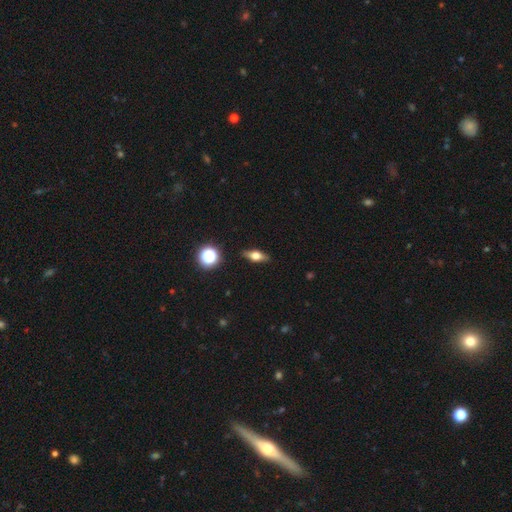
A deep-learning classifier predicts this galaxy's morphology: The model was most divided on "smooth or featured": smooth: 50%, featured or disk: 40%, star or artifact: 10%. More confident: merging — none (87%); how rounded — in between (61%).